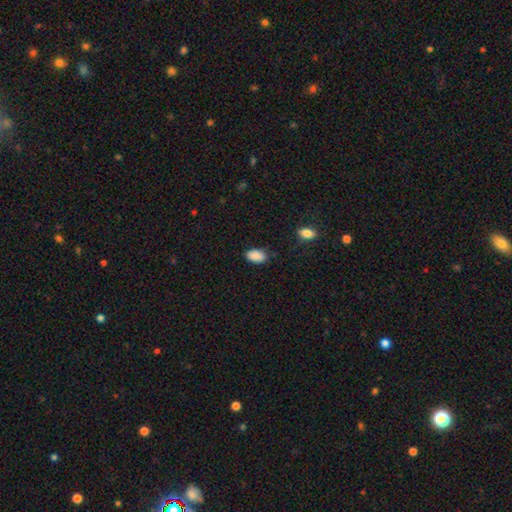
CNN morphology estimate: Q: Smooth or featured?
A: smooth (89%); runner-up: star or artifact (7%)
Q: How rounded?
A: in between (93%); runner-up: round (5%)
Q: Merging?
A: none (80%); runner-up: minor disturbance (15%)